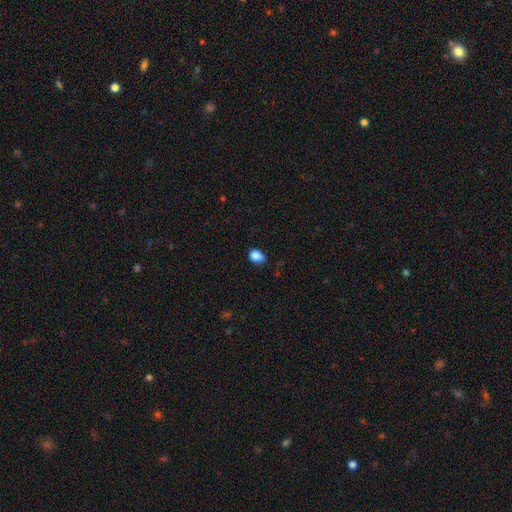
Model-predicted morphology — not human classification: Smooth or featured?
  - smooth: 85% *
  - star or artifact: 10%
  - featured or disk: 5%
How rounded?
  - in between: 64% *
  - round: 34%
  - cigar-shaped: 1%
Merging?
  - none: 64% *
  - minor disturbance: 28%
  - major disturbance: 6%
  - merger: 2%